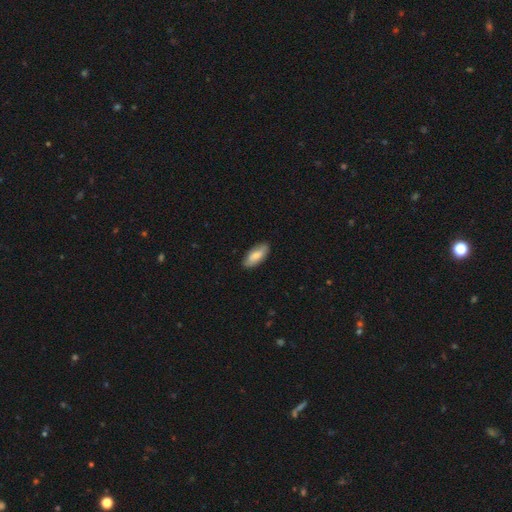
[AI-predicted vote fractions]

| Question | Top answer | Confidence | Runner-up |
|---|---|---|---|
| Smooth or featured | smooth | 73% | featured or disk (21%) |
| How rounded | in between | 86% | cigar-shaped (12%) |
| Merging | none | 85% | minor disturbance (12%) |